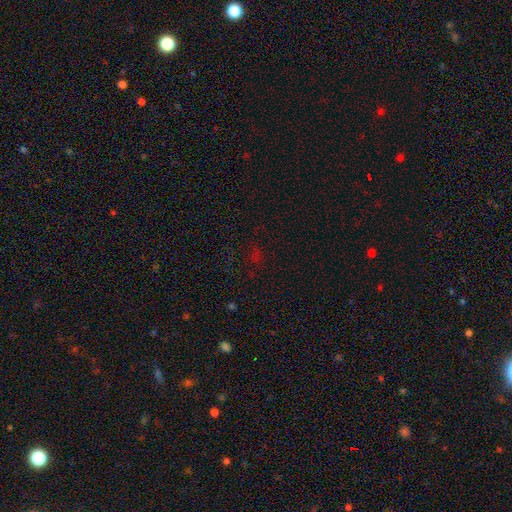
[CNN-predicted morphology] smooth-or-featured: star or artifact: 59% | smooth: 33% | featured or disk: 7%